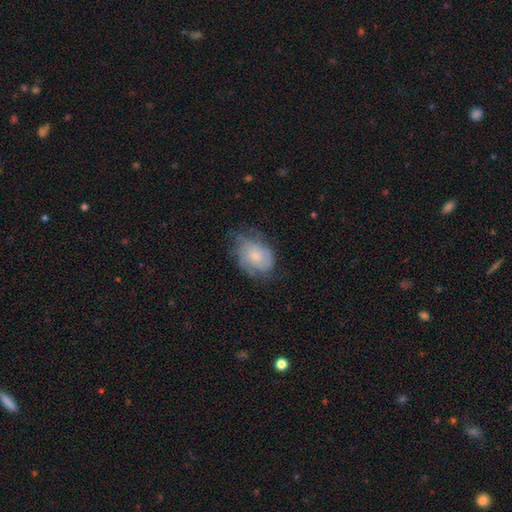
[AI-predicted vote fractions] This appears to be a featured or disk galaxy (53%) with no bar (81%), spiral arms (79%) and a small central bulge (60%). Merging: none (55%).